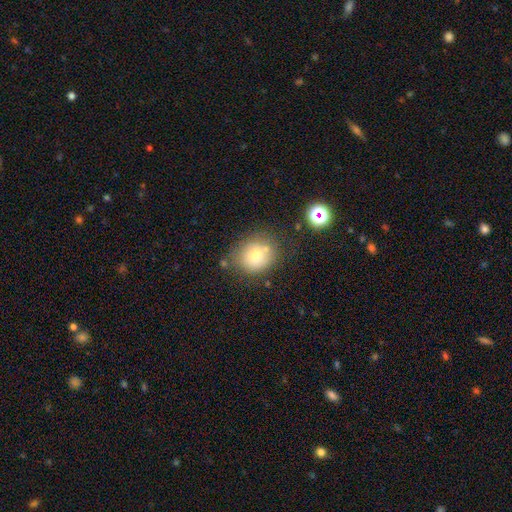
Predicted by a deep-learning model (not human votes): Overall: smooth (74%). How rounded: round (76%). Merging: none (65%).